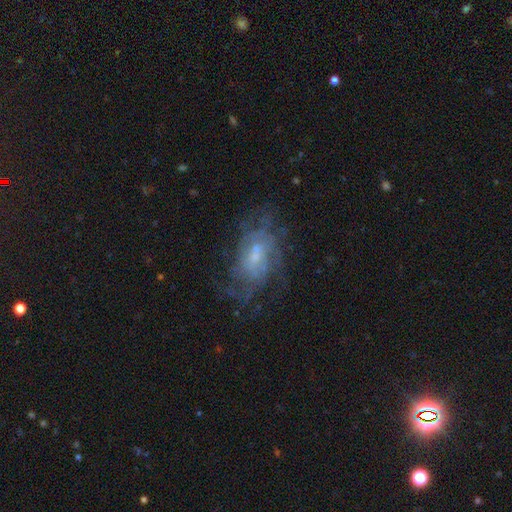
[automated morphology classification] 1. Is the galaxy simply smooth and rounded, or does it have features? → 70% featured or disk, 20% smooth, 10% star or artifact.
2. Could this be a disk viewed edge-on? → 95% no, 5% yes.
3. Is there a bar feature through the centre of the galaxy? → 57% no, 38% weak, 6% strong.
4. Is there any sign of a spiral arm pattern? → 71% yes, 29% no.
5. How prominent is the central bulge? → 58% small, 29% moderate, 9% none, 3% large, 1% dominant.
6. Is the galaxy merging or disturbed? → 59% none, 20% minor disturbance, 18% major disturbance, 3% merger.